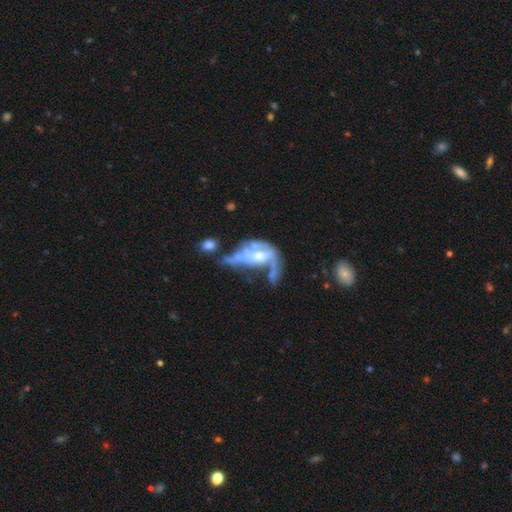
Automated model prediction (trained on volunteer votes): Q: Smooth or featured?
A: featured or disk (69%); runner-up: smooth (21%)
Q: Edge-on disk?
A: no (93%); runner-up: yes (7%)
Q: Bar?
A: no (61%); runner-up: weak (27%)
Q: Spiral arms?
A: no (51%); runner-up: yes (49%)
Q: Bulge size?
A: moderate (51%); runner-up: small (24%)
Q: Merging?
A: major disturbance (42%); runner-up: merger (32%)